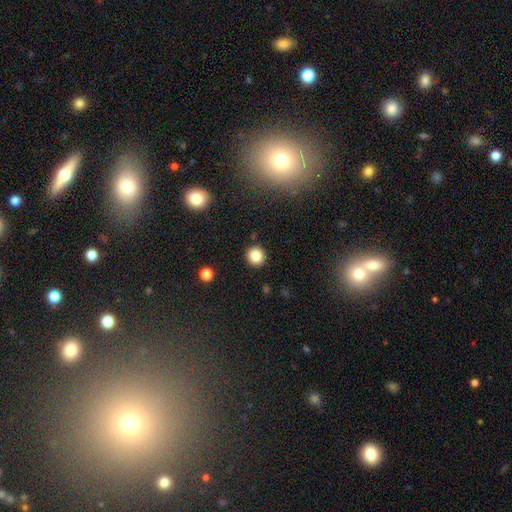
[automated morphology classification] Smooth or featured: smooth — 85% (star or artifact — 11%)
How rounded: round — 92% (in between — 7%)
Merging: none — 90% (minor disturbance — 6%)